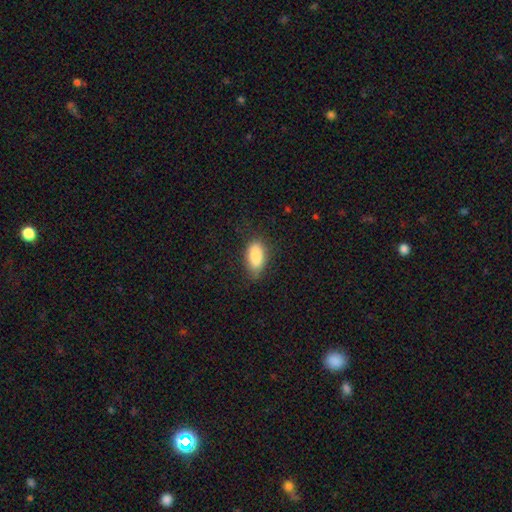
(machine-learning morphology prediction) This is clearly a smooth galaxy (88%). How rounded: clearly in between (88%). Merging: likely none (76%).